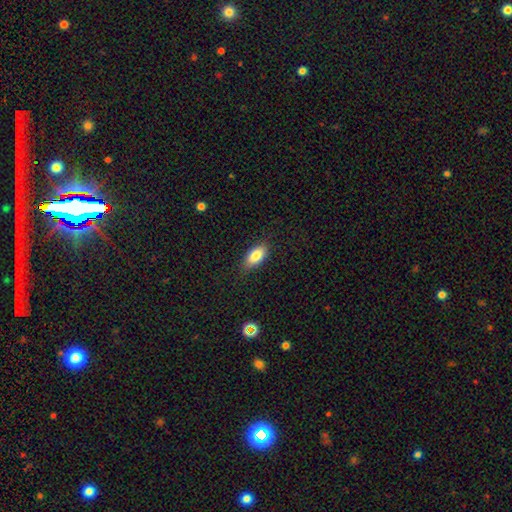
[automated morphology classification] Smooth or featured: smooth — 83% (featured or disk — 10%)
How rounded: in between — 88% (cigar-shaped — 8%)
Merging: none — 81% (minor disturbance — 14%)